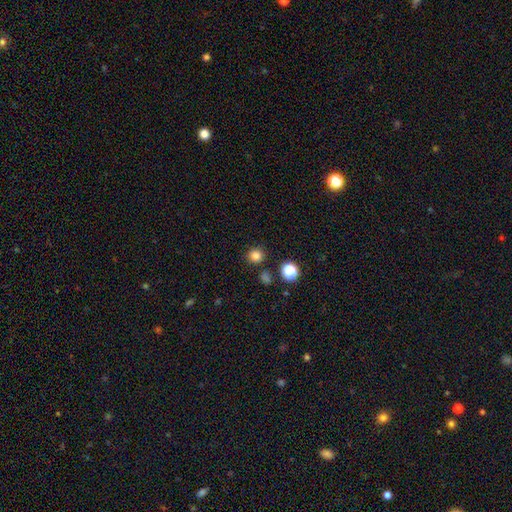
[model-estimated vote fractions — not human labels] This is clearly a smooth galaxy (82%). How rounded: clearly round (90%). Merging: clearly none (87%).